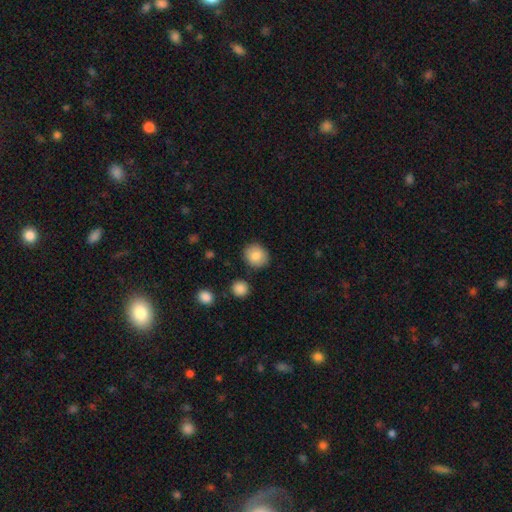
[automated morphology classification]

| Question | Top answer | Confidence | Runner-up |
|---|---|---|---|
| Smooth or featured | smooth | 85% | star or artifact (8%) |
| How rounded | round | 83% | in between (16%) |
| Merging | none | 87% | minor disturbance (8%) |